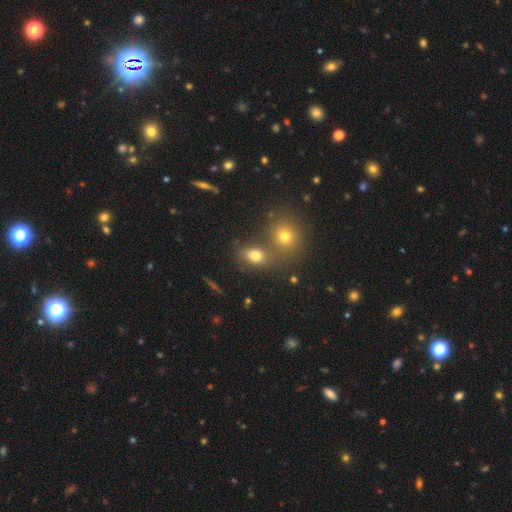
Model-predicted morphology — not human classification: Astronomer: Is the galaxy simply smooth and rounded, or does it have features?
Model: smooth — 72%.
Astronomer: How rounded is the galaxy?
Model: in between — 64%.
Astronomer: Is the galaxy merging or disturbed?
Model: none — 52% (runner-up: merger, 33%).